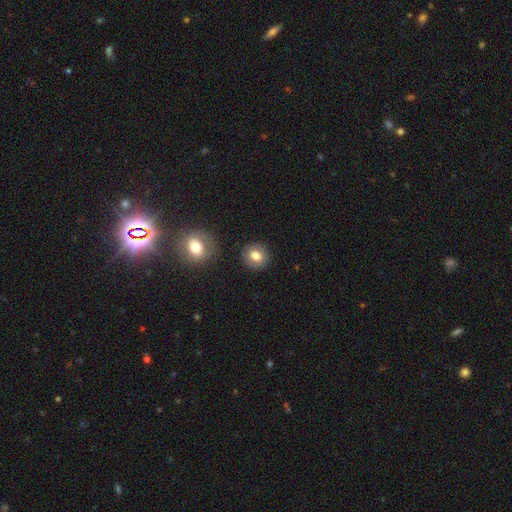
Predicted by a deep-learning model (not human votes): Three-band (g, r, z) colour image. It shows a smooth galaxy with no disk features (80%) that is round (85%). Merging: none (88%).